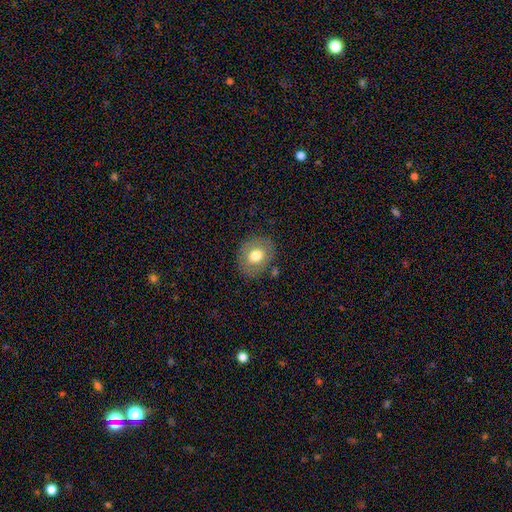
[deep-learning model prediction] A smooth galaxy with no disk features (69%) that is round (58%). Merging: none (82%).